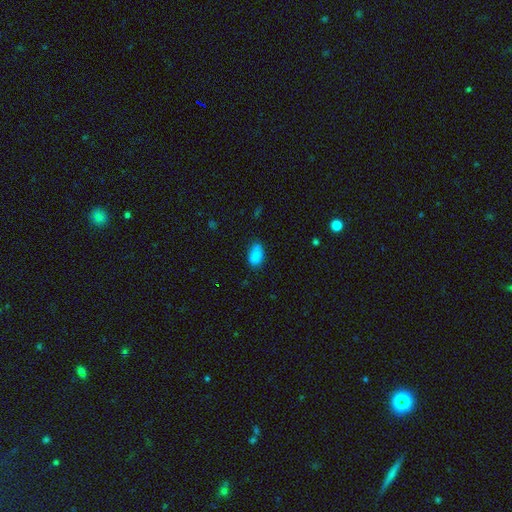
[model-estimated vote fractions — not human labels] The model was most divided on "merging": none: 70%, minor disturbance: 24%, major disturbance: 4%, merger: 2%. More confident: how rounded — in between (90%); smooth or featured — smooth (86%).